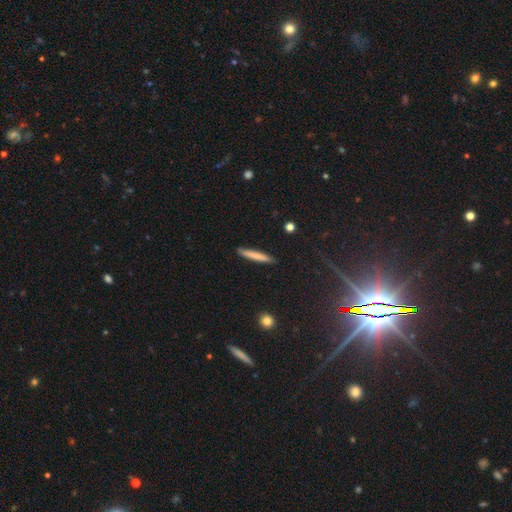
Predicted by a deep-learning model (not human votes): A smooth galaxy with no disk features (74%) that is cigar-shaped (95%). Merging: none (89%).